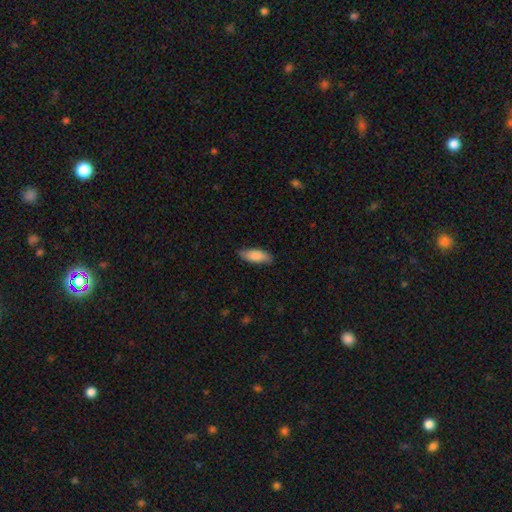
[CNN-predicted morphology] Smooth or featured: smooth — 85% (featured or disk — 9%)
How rounded: in between — 73% (cigar-shaped — 25%)
Merging: none — 81% (minor disturbance — 15%)